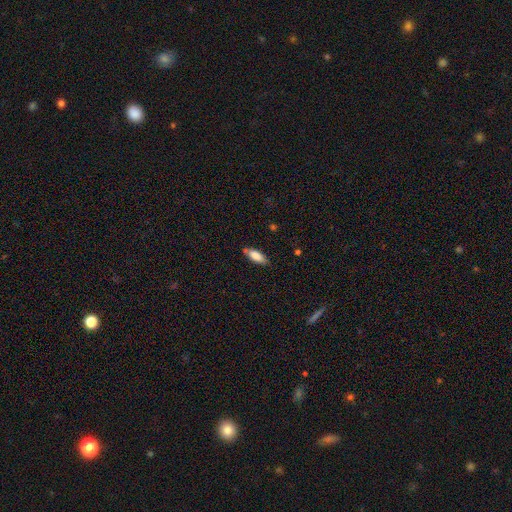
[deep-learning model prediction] This is likely a smooth galaxy (80%). How rounded: likely in between (66%). Merging: likely none (77%).